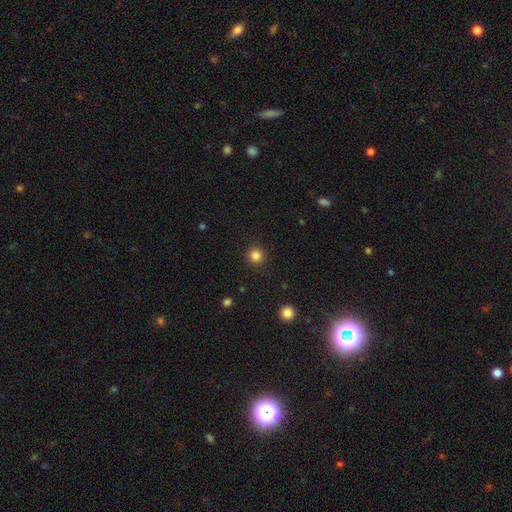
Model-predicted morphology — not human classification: Q: Smooth or featured?
A: smooth (84%); runner-up: star or artifact (12%)
Q: How rounded?
A: round (94%); runner-up: in between (5%)
Q: Merging?
A: none (91%); runner-up: minor disturbance (6%)